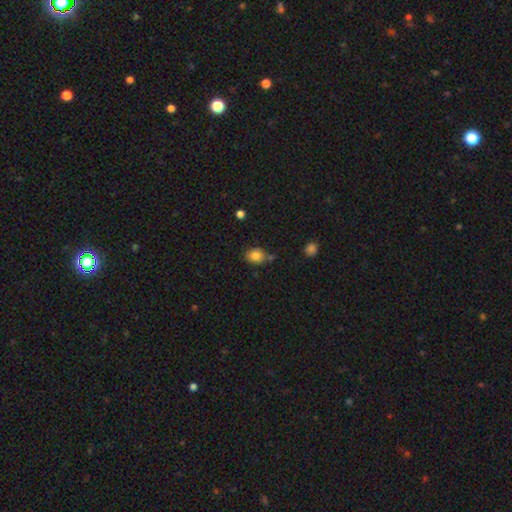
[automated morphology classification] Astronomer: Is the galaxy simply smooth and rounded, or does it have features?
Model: smooth — 82%.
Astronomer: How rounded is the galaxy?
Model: in between — 57% (runner-up: round, 42%).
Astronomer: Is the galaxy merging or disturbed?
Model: none — 72%.